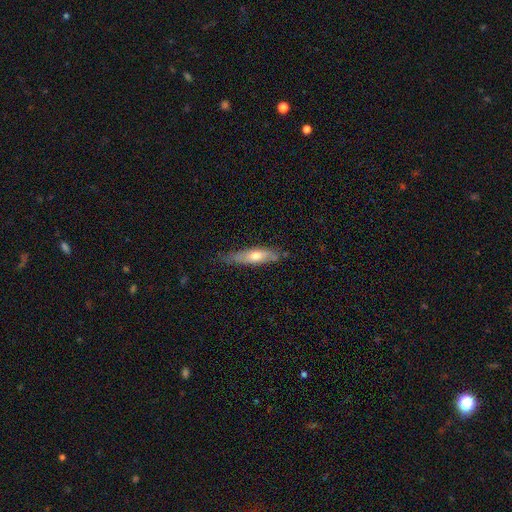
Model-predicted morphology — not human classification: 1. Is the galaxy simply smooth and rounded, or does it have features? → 56% smooth, 38% featured or disk, 6% star or artifact.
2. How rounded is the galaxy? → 66% cigar-shaped, 32% in between, 2% round.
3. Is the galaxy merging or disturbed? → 65% none, 27% minor disturbance, 5% major disturbance, 3% merger.